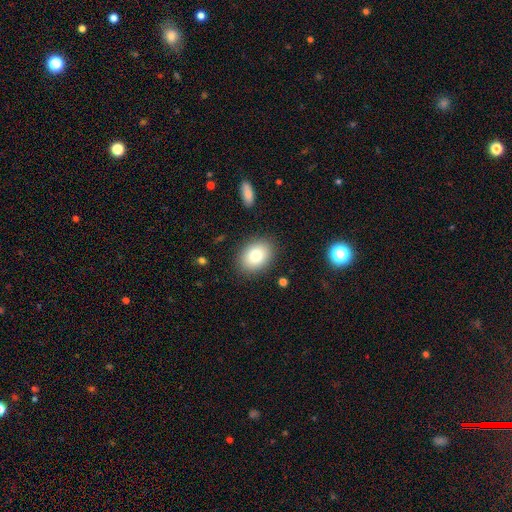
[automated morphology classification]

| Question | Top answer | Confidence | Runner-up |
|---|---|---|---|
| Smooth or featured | smooth | 79% | featured or disk (12%) |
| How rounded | in between | 68% | round (31%) |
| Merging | none | 86% | minor disturbance (9%) |